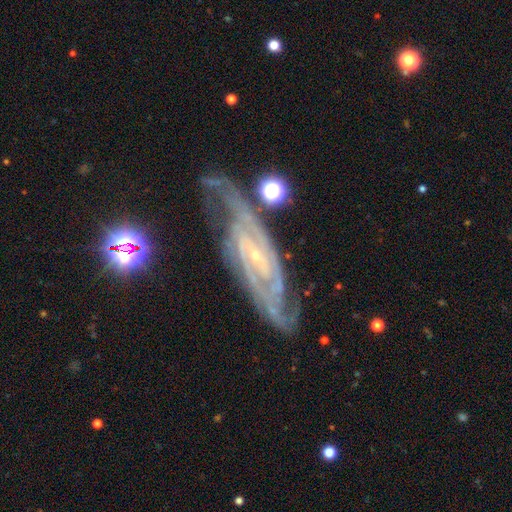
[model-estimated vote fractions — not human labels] smooth_or_featured: featured or disk (p=0.90) [alt: star or artifact p=0.06]
disk_edge_on: no (p=0.92) [alt: yes p=0.08]
bar: weak (p=0.38) [alt: no p=0.36]
has_spiral_arms: yes (p=0.98) [alt: no p=0.02]
spiral_winding: tight (p=0.55) [alt: medium p=0.38]
spiral_arm_count: 2 (p=0.52) [alt: 3 p=0.16]
bulge_size: small (p=0.84) [alt: moderate p=0.12]
merging: none (p=0.69) [alt: minor disturbance p=0.19]